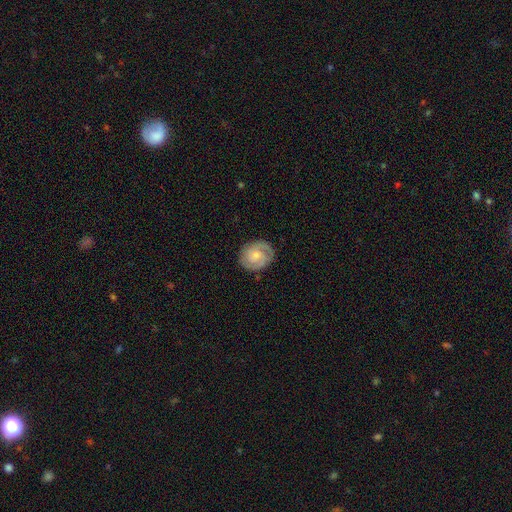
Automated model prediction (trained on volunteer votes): Smooth or featured? featured or disk (71%)
Edge-on disk? no (98%)
Bar? no (62%)
Spiral arms? yes (94%)
Spiral winding? tight (59%)
Spiral arm count? 2 (68%)
Bulge size? small (48%)
Merging? none (82%)